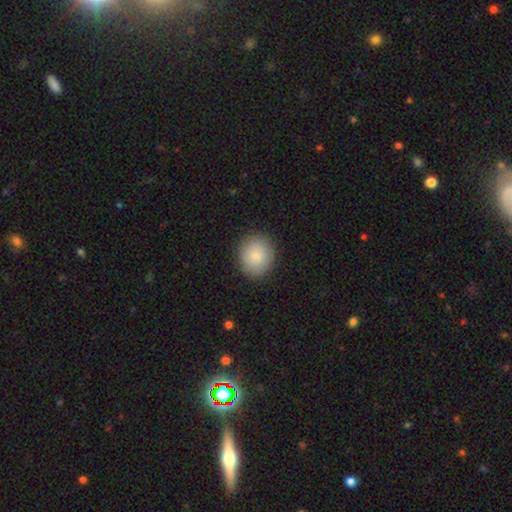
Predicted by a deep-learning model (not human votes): Q: Smooth or featured?
A: smooth (84%); runner-up: featured or disk (8%)
Q: How rounded?
A: round (81%); runner-up: in between (18%)
Q: Merging?
A: none (89%); runner-up: minor disturbance (8%)